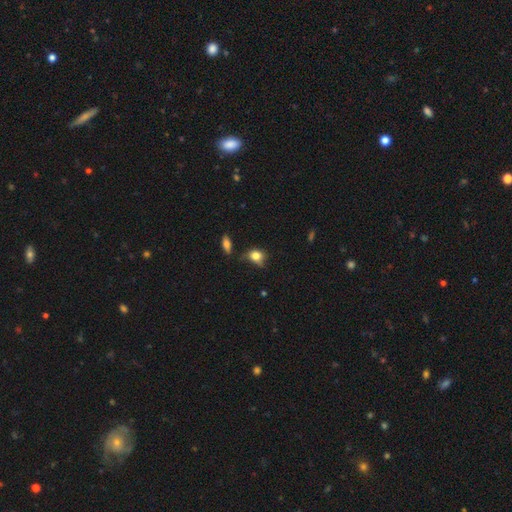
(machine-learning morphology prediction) type=smooth (76%); roundness=in between (50%); merging=none (41%).